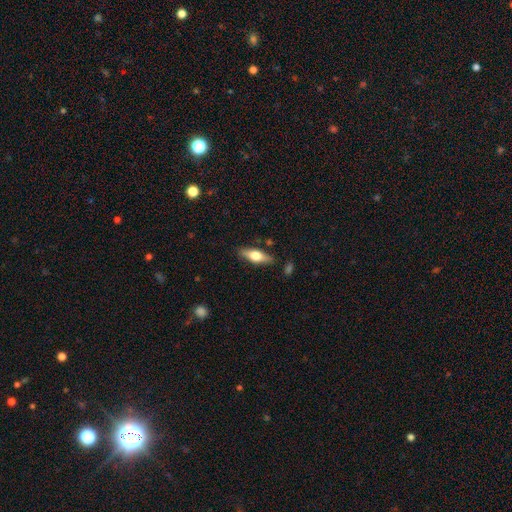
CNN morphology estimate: type=smooth (54%); roundness=in between (55%); merging=none (84%).